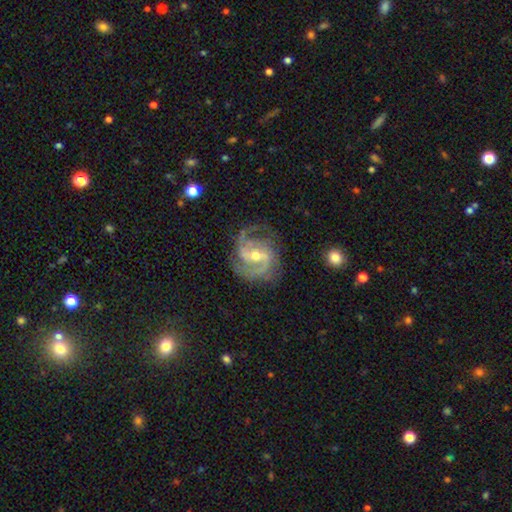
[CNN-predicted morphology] The model was most divided on "bulge size": moderate: 56%, small: 40%, large: 2%, none: 1%, dominant: 1%. Remaining: edge-on disk — no (98%); spiral arms — yes (97%); smooth or featured — featured or disk (90%); merging — none (67%); spiral arm count — 2 (56%); spiral winding — medium (53%); bar — weak (47%).